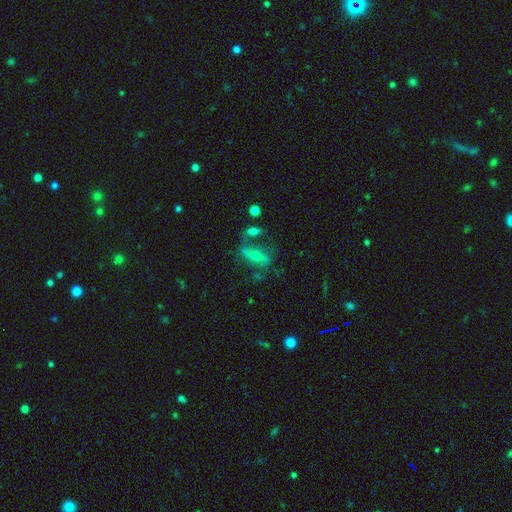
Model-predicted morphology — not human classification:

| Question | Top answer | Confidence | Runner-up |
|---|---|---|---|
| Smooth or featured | featured or disk | 56% | smooth (29%) |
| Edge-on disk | no | 82% | yes (18%) |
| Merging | none | 44% | major disturbance (20%) |